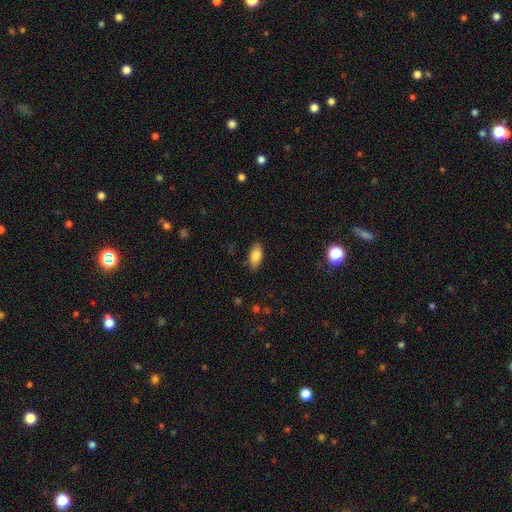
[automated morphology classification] A smooth galaxy with no disk features (82%) that is in between round and cigar-shaped (89%).

Vote fractions:
- Smooth or featured? smooth: 82% / featured or disk: 11% / star or artifact: 7%
- How rounded? in between: 89% / cigar-shaped: 8% / round: 3%
- Merging? none: 85% / minor disturbance: 12% / major disturbance: 2% / merger: 1%